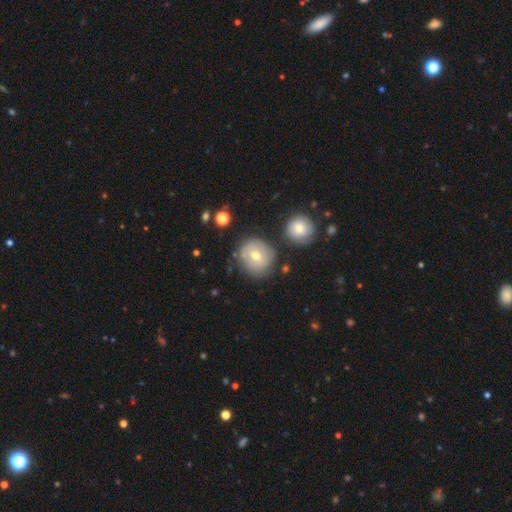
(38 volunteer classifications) This is likely a smooth galaxy (74%). How rounded: clearly round (96%). Merging: likely none (63%).